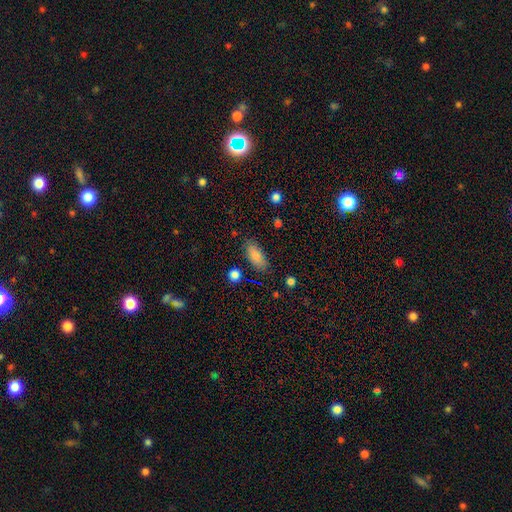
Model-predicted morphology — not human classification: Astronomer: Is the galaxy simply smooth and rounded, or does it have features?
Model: smooth — 85%.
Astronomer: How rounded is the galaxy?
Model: in between — 85%.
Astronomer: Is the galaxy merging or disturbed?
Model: none — 81%.